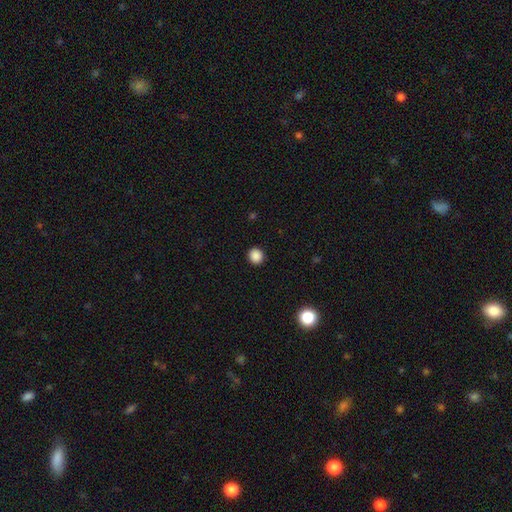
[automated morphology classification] Smooth or featured: smooth — 88% (star or artifact — 10%)
How rounded: round — 88% (in between — 11%)
Merging: none — 92% (minor disturbance — 5%)